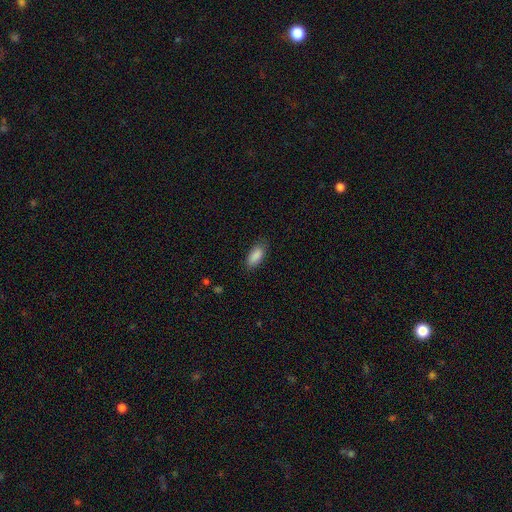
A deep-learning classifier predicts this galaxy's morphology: This is clearly a smooth galaxy (89%). How rounded: clearly in between (88%). Merging: clearly none (82%).